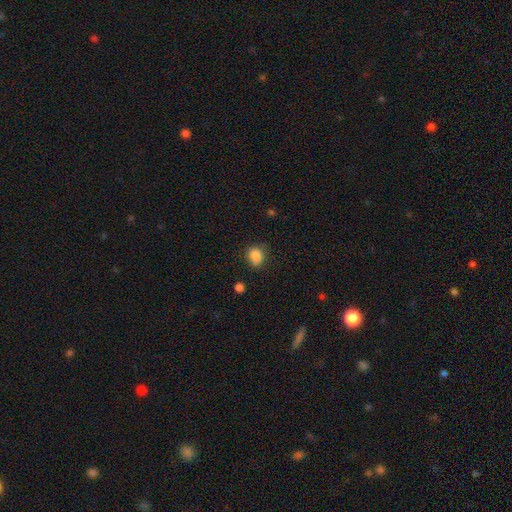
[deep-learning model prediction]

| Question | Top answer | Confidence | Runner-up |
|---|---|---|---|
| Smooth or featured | smooth | 85% | star or artifact (10%) |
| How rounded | round | 52% | in between (47%) |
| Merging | none | 69% | minor disturbance (23%) |